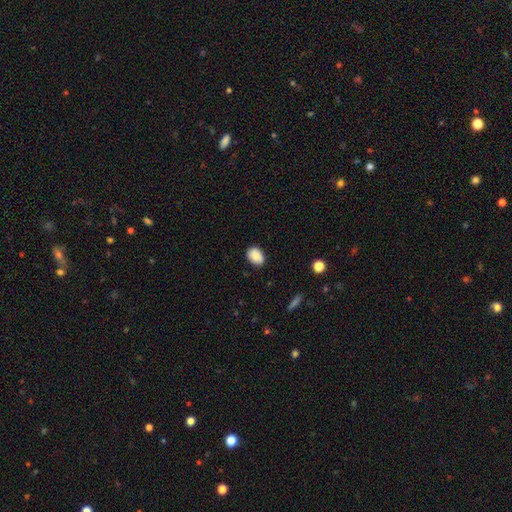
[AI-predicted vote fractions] A smooth galaxy with no disk features (88%) that is in between round and cigar-shaped (77%). Merging: none (83%).